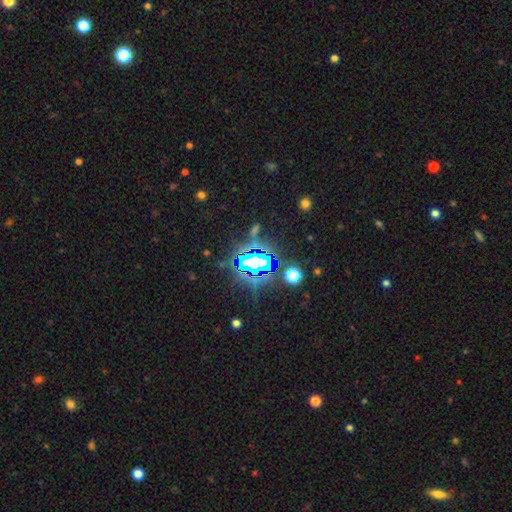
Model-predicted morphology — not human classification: smooth-or-featured: star or artifact: 80% | smooth: 11% | featured or disk: 9%